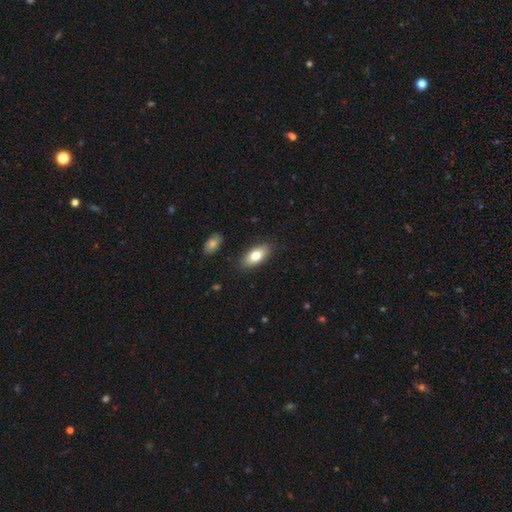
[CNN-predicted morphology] Smooth or featured? Predicted: smooth (p=0.76). How rounded? Predicted: in between (p=0.87). Merging? Predicted: none (p=0.87).